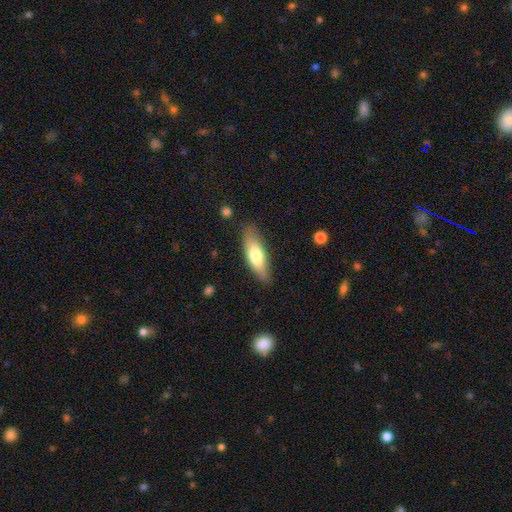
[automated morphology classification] This is likely a smooth galaxy (69%). How rounded: possibly in between (54%). Merging: clearly none (83%).